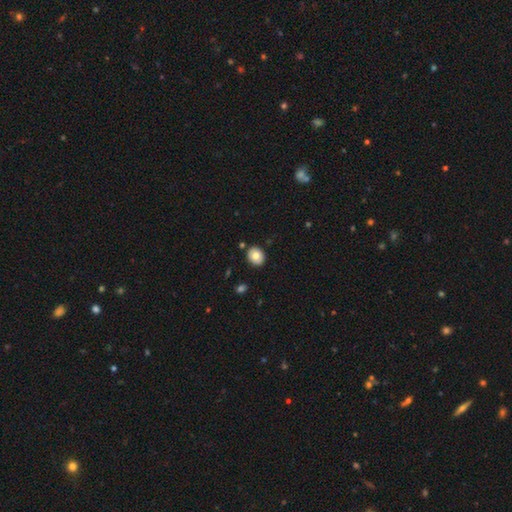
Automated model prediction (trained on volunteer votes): Overall: smooth (76%). How rounded: round (65%; in between 34%). Merging: none (87%).